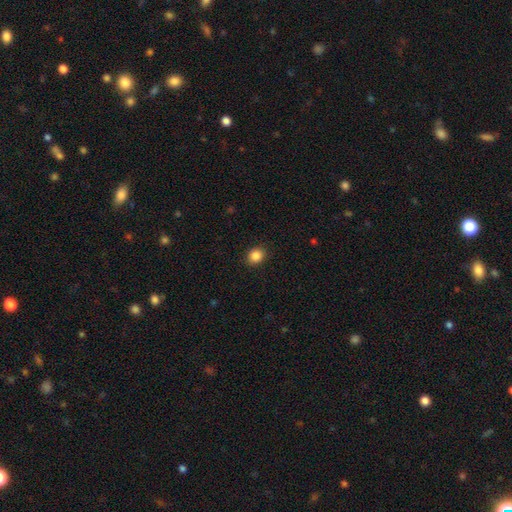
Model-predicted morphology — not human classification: smooth 86%, star or artifact 10%, featured or disk 4%. Down the decision tree: how rounded — round (66%); merging — none (90%).